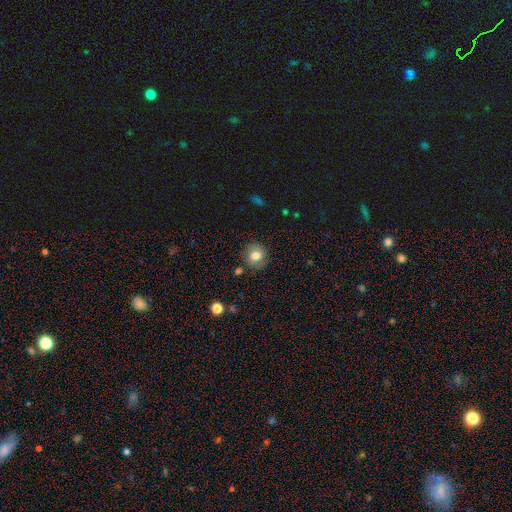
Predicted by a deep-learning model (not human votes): Smooth or featured: smooth — 73% (featured or disk — 17%)
How rounded: round — 82% (in between — 17%)
Merging: none — 80% (minor disturbance — 14%)